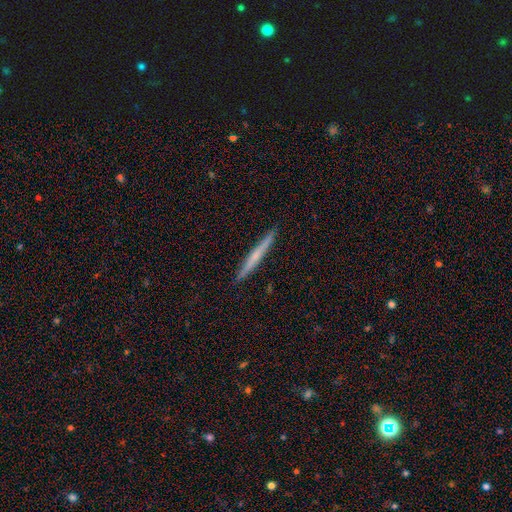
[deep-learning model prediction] A featured or disk galaxy (50%) viewed edge-on (97%).

Vote fractions:
- Smooth or featured? featured or disk: 50% / smooth: 44% / star or artifact: 6%
- Edge-on disk? yes: 97% / no: 3%
- Merging? none: 91% / minor disturbance: 6% / major disturbance: 1% / merger: 1%